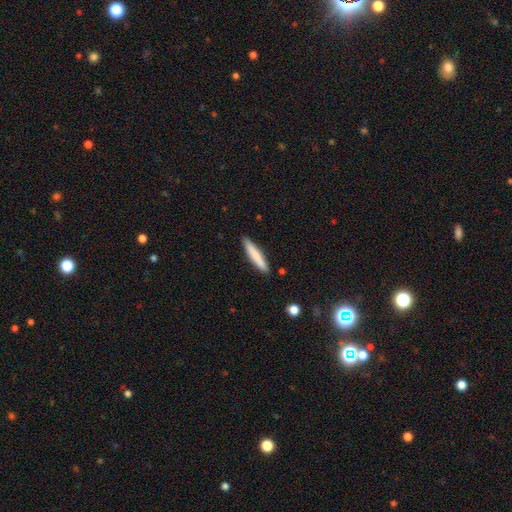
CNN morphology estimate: Smooth or featured: smooth — 80% (featured or disk — 14%)
How rounded: cigar-shaped — 90% (in between — 8%)
Merging: none — 88% (minor disturbance — 9%)